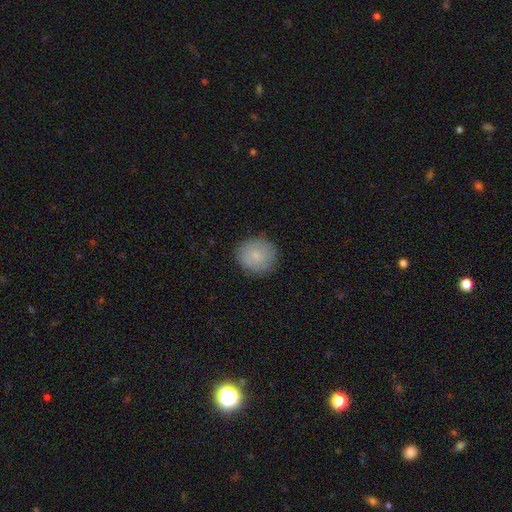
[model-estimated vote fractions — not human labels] Smooth or featured? smooth (81%)
How rounded? round (87%)
Merging? none (87%)